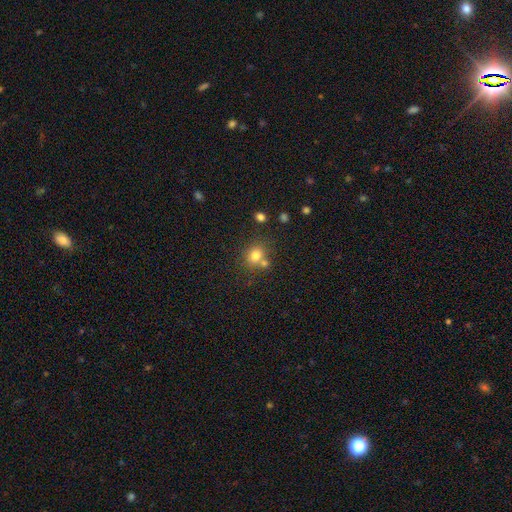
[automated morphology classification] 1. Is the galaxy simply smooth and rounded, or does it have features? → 76% smooth, 13% star or artifact, 10% featured or disk.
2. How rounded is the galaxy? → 63% round, 36% in between, 1% cigar-shaped.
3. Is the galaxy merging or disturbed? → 59% none, 25% merger, 12% minor disturbance, 4% major disturbance.